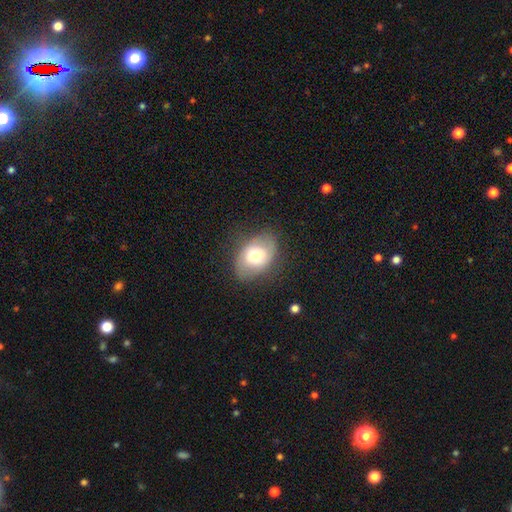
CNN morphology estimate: Smooth or featured: smooth — 67% (featured or disk — 25%)
How rounded: in between — 81% (round — 18%)
Merging: none — 76% (minor disturbance — 17%)